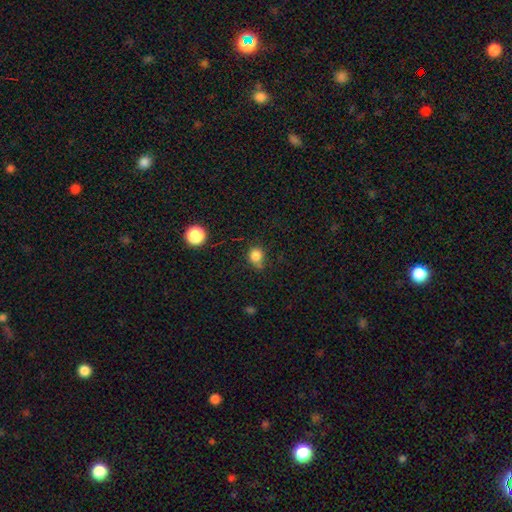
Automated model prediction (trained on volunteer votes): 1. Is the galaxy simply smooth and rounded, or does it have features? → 82% smooth, 13% star or artifact, 5% featured or disk.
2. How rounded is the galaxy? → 79% round, 20% in between, 1% cigar-shaped.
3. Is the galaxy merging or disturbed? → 61% none, 24% minor disturbance, 7% merger, 7% major disturbance.